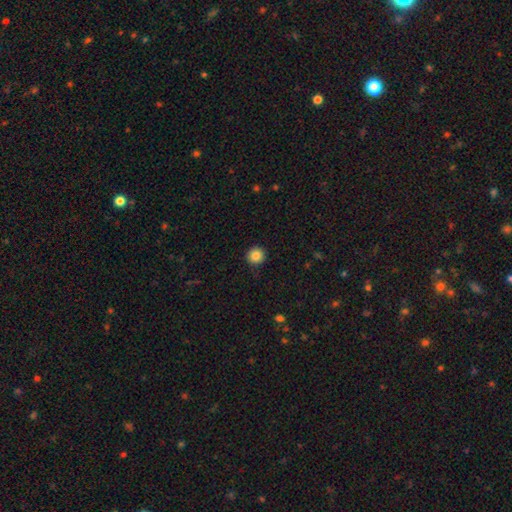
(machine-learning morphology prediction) The model was most divided on "smooth or featured": smooth: 85%, star or artifact: 10%, featured or disk: 5%. More confident: how rounded — round (95%); merging — none (90%).